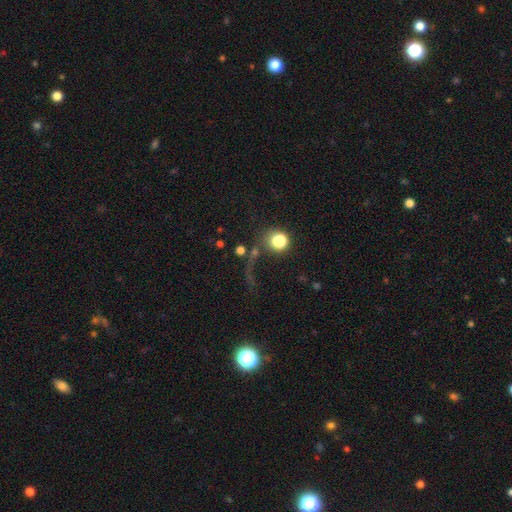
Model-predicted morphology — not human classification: A smooth galaxy with no disk features (45%).

Vote fractions:
- Smooth or featured? smooth: 45% / star or artifact: 39% / featured or disk: 16%
- Merging? none: 53% / major disturbance: 19% / merger: 15% / minor disturbance: 12%